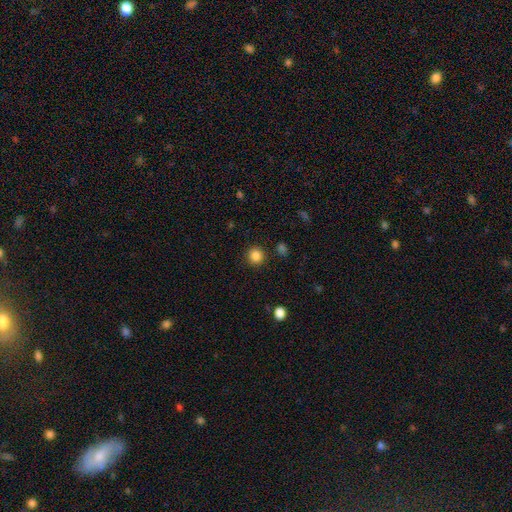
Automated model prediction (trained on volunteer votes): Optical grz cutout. It shows a smooth galaxy with no disk features (85%) that is round (93%). Merging: none (90%).